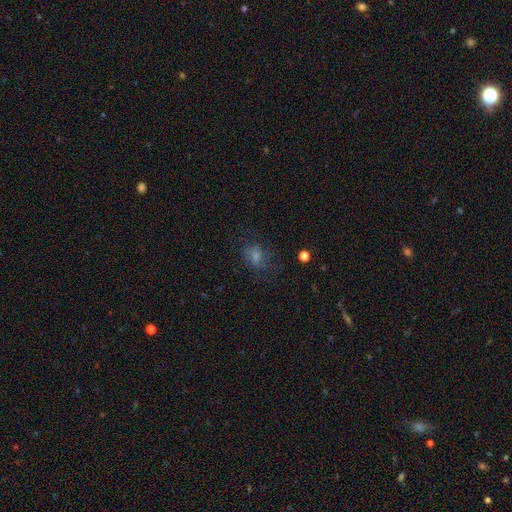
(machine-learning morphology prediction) Smooth or featured? Predicted: smooth (p=0.44). Merging? Predicted: none (p=0.68).